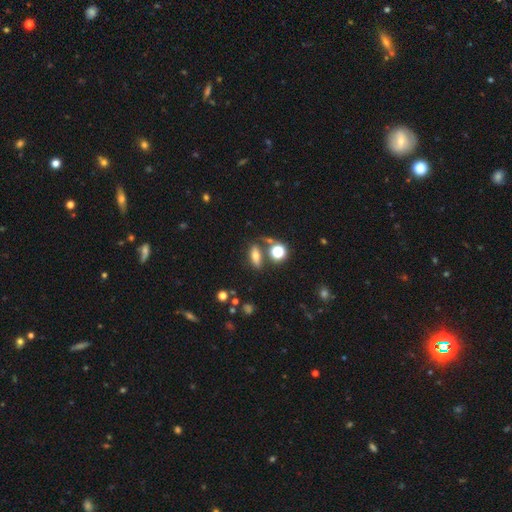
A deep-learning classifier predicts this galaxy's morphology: The model was most divided on "how rounded": in between: 61%, cigar-shaped: 26%, round: 13%. More confident: merging — none (66%); smooth or featured — smooth (60%).